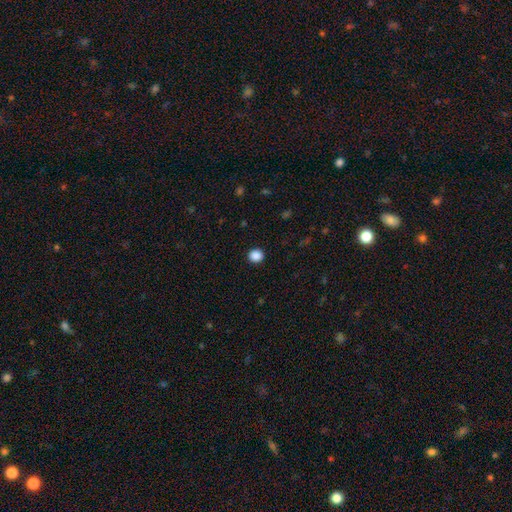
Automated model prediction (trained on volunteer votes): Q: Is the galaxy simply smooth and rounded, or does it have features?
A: smooth — 87%.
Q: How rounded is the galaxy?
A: round — 88%.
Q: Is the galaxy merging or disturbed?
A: none — 92%.